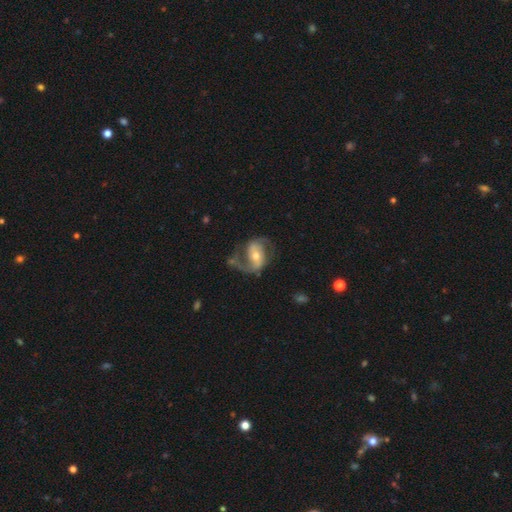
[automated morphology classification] Q: Smooth or featured?
A: featured or disk (82%); runner-up: smooth (13%)
Q: Edge-on disk?
A: no (97%); runner-up: yes (3%)
Q: Bar?
A: weak (41%); runner-up: no (34%)
Q: Spiral arms?
A: yes (92%); runner-up: no (8%)
Q: Spiral winding?
A: medium (45%); runner-up: loose (42%)
Q: Spiral arm count?
A: 2 (81%); runner-up: 1 (12%)
Q: Bulge size?
A: moderate (64%); runner-up: small (28%)
Q: Merging?
A: none (54%); runner-up: major disturbance (23%)